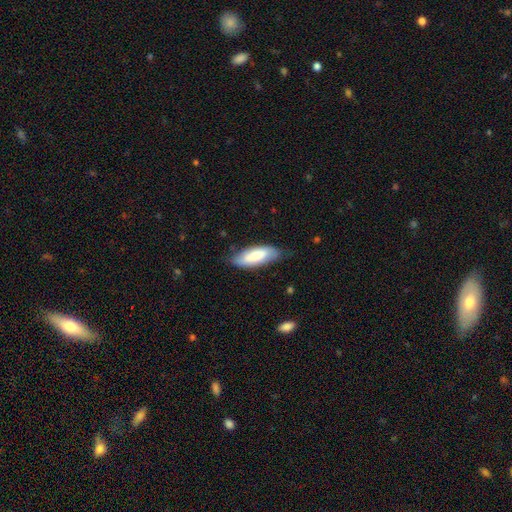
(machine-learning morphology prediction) smooth_or_featured: smooth (p=0.75) [alt: featured or disk p=0.19]
how_rounded: in between (p=0.72) [alt: cigar-shaped p=0.26]
merging: none (p=0.72) [alt: minor disturbance p=0.23]